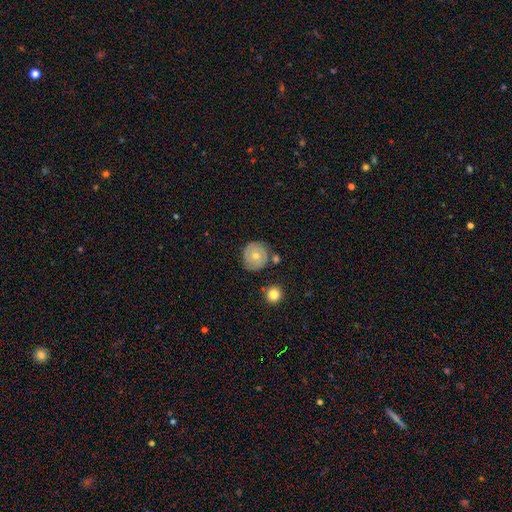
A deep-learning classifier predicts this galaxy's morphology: featured or disk 49%, smooth 43%, star or artifact 8%. Down the decision tree: merging — none (75%).